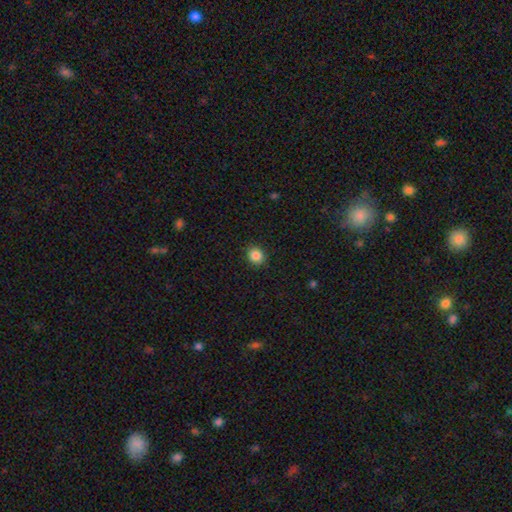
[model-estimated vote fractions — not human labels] smooth 86%, star or artifact 10%, featured or disk 4%. Down the decision tree: how rounded — round (80%); merging — none (91%).